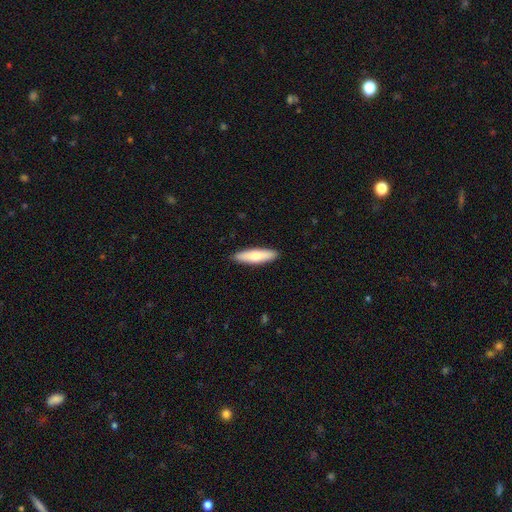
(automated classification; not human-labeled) This is likely a smooth galaxy (74%). How rounded: likely cigar-shaped (68%). Merging: clearly none (90%).